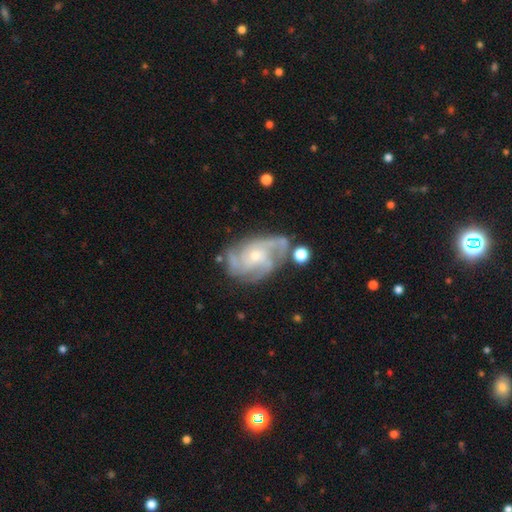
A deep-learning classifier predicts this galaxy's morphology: The model was most divided on "spiral winding": tight: 49%, medium: 41%, loose: 10%. Remaining: edge-on disk — no (97%); spiral arms — yes (96%); smooth or featured — featured or disk (87%); bar — no (68%); merging — none (62%); bulge size — small (59%); spiral arm count — 3 (33%).